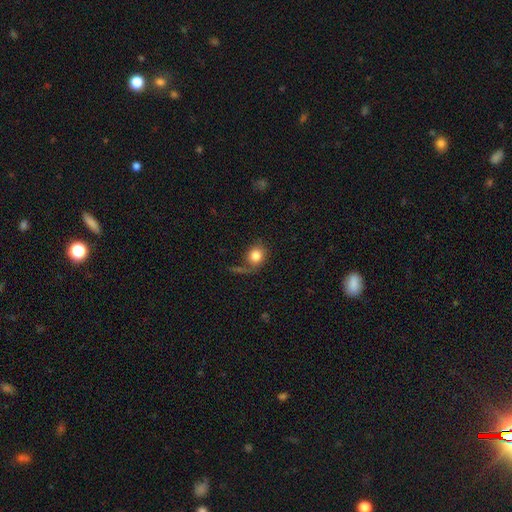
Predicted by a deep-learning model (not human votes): Q: Smooth or featured?
A: smooth (82%); runner-up: featured or disk (9%)
Q: How rounded?
A: round (74%); runner-up: in between (25%)
Q: Merging?
A: none (56%); runner-up: major disturbance (17%)